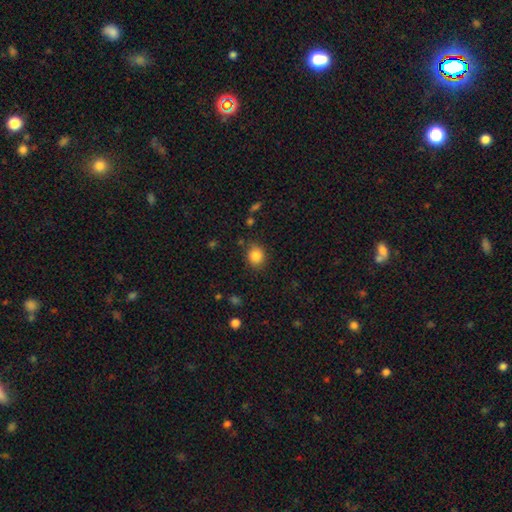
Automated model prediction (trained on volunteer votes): Smooth or featured? Predicted: smooth (p=0.84). How rounded? Predicted: round (p=0.69). Merging? Predicted: none (p=0.83).